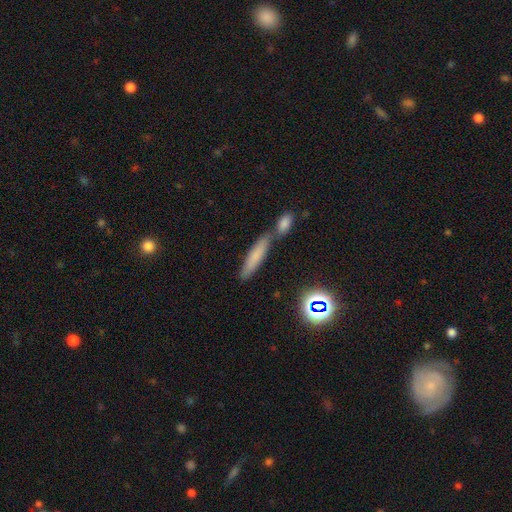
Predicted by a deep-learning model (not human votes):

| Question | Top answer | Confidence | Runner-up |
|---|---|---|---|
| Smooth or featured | smooth | 69% | featured or disk (18%) |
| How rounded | cigar-shaped | 79% | in between (18%) |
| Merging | none | 57% | merger (27%) |